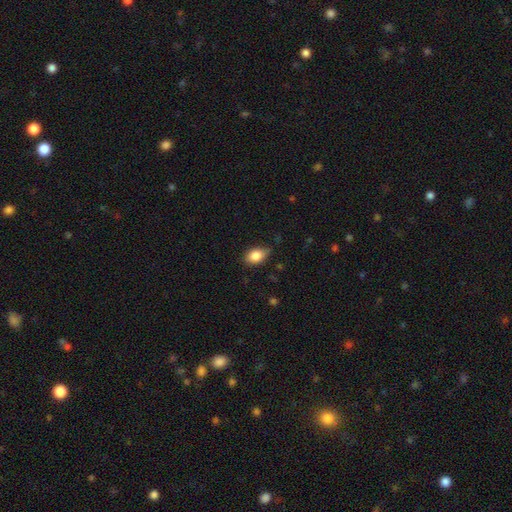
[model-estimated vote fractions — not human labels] This appears to be a smooth galaxy with no disk features (84%) that is in between round and cigar-shaped (81%). Merging: none (72%).